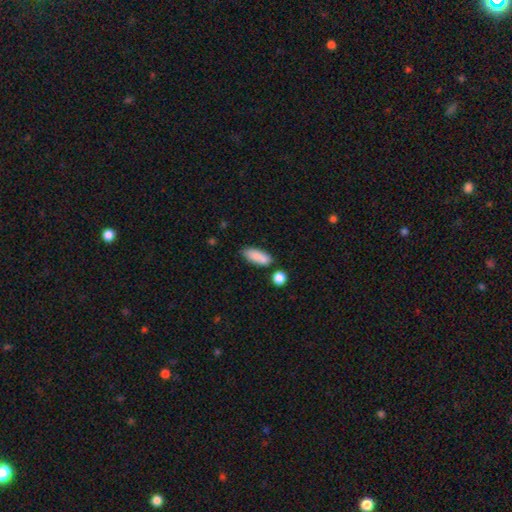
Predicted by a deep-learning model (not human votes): Overall: smooth (85%). How rounded: in between (77%). Merging: none (64%).